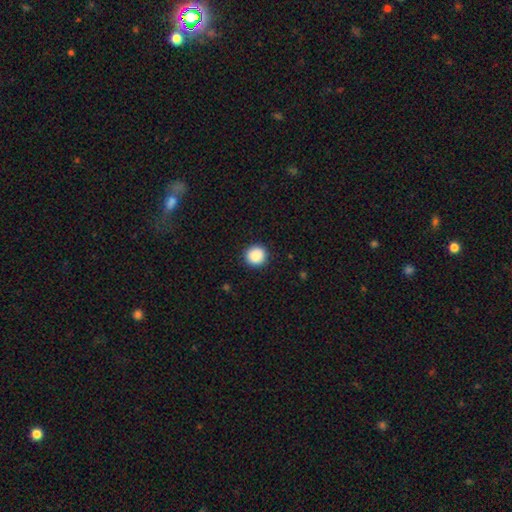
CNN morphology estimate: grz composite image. It shows a smooth galaxy with no disk features (89%) that is round (92%). Merging: none (91%).